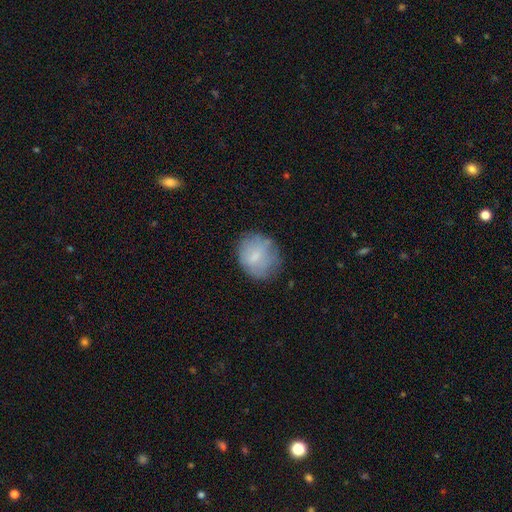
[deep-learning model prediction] Morphology: type=smooth (71%); roundness=round (60%); merging=none (64%).